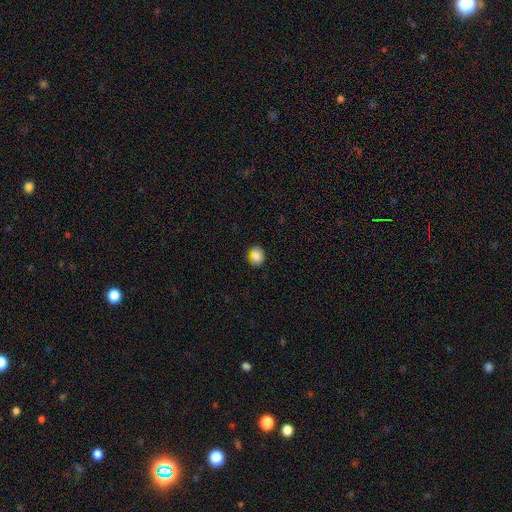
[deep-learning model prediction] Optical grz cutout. It shows a smooth galaxy with no disk features (81%) that is round (64%). Merging: none (79%).